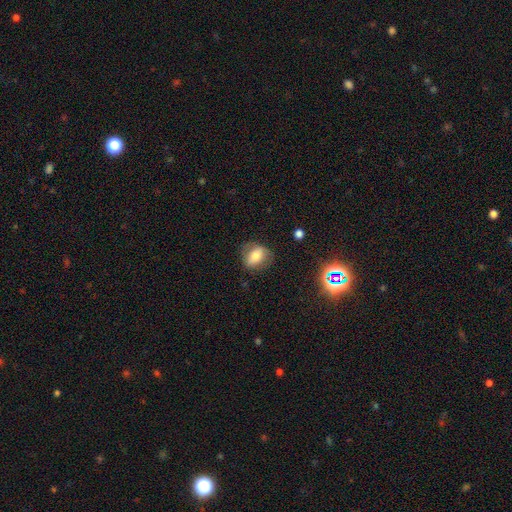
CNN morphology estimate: smooth 62%, featured or disk 27%, star or artifact 10%. Down the decision tree: how rounded — in between (62%); merging — none (69%).